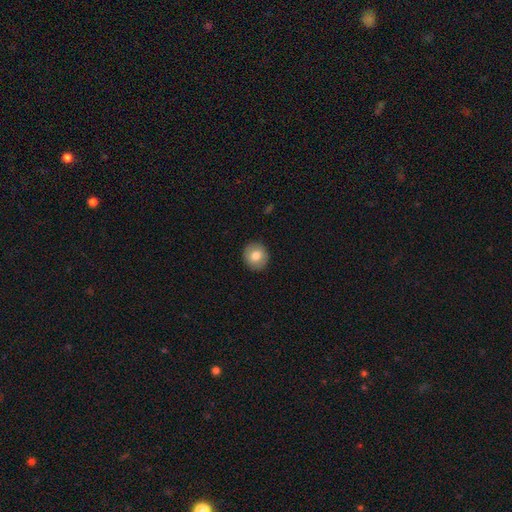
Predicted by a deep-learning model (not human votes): A smooth galaxy with no disk features (78%) that is round (84%). Merging: none (90%).